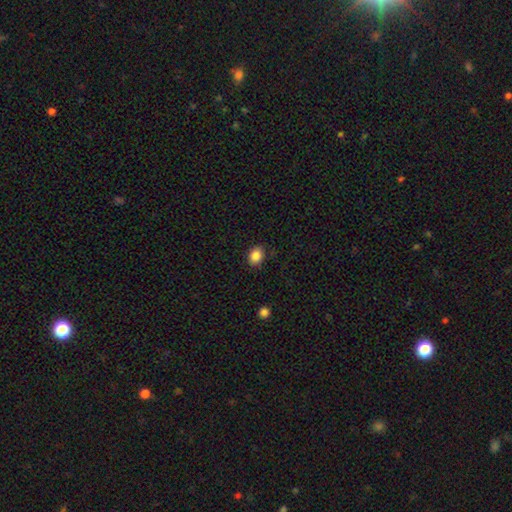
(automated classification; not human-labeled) Smooth or featured?
  - smooth: 86% *
  - star or artifact: 10%
  - featured or disk: 4%
How rounded?
  - round: 50% *
  - in between: 49%
  - cigar-shaped: 1%
Merging?
  - none: 86% *
  - minor disturbance: 10%
  - major disturbance: 2%
  - merger: 1%